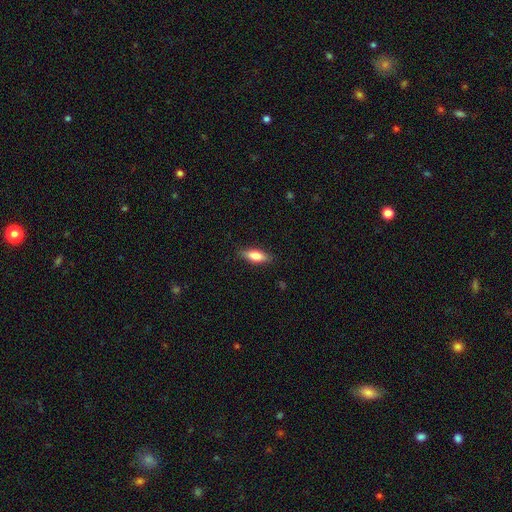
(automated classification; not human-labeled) Smooth or featured? Predicted: smooth (p=0.75). How rounded? Predicted: in between (p=0.67). Merging? Predicted: none (p=0.85).